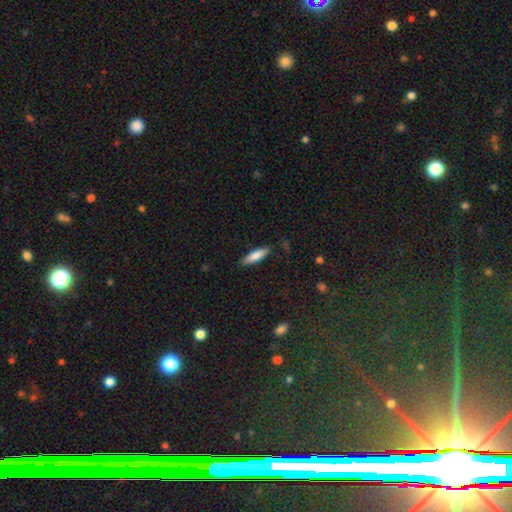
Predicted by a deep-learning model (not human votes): This appears to be a smooth galaxy with no disk features (75%) that is cigar-shaped (69%). Merging: none (86%).